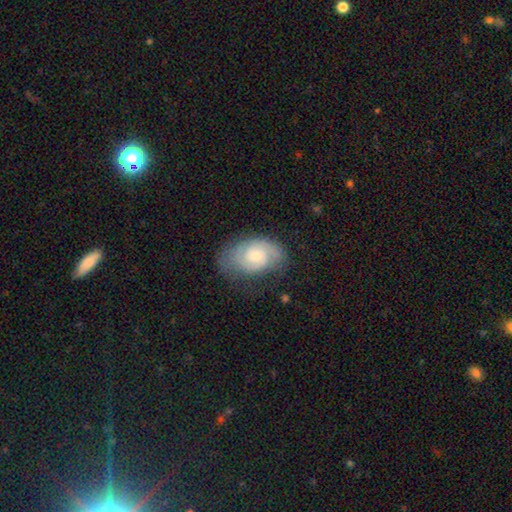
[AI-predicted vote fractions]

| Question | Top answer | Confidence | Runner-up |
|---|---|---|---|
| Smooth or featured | featured or disk | 75% | smooth (19%) |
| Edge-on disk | no | 97% | yes (3%) |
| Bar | no | 63% | weak (33%) |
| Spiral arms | yes | 94% | no (6%) |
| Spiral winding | tight | 54% | medium (37%) |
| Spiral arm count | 2 | 68% | can't tell (16%) |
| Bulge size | small | 52% | moderate (40%) |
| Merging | none | 66% | minor disturbance (23%) |